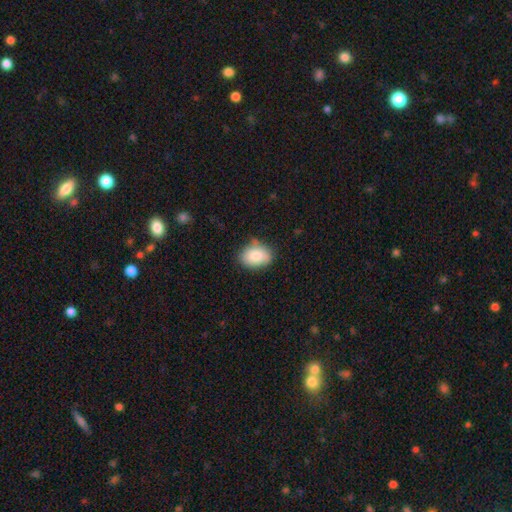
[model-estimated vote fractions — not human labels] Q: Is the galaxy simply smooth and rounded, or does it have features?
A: smooth — 86%.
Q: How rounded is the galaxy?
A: in between — 78%.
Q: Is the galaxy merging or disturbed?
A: none — 73%.